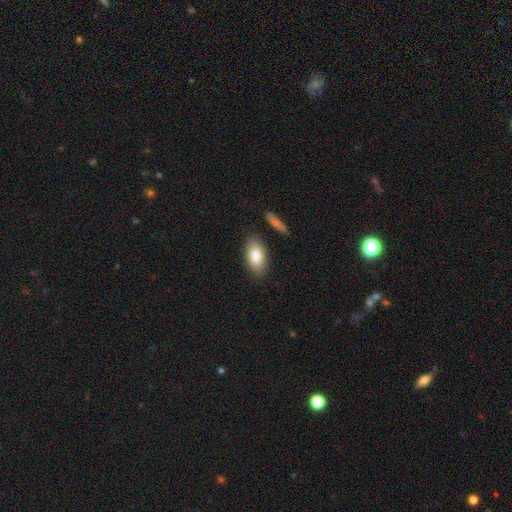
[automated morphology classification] A smooth galaxy with no disk features (83%) that is in between round and cigar-shaped (91%).

Vote fractions:
- Smooth or featured? smooth: 83% / featured or disk: 10% / star or artifact: 6%
- How rounded? in between: 91% / cigar-shaped: 5% / round: 4%
- Merging? none: 83% / minor disturbance: 11% / major disturbance: 3% / merger: 3%